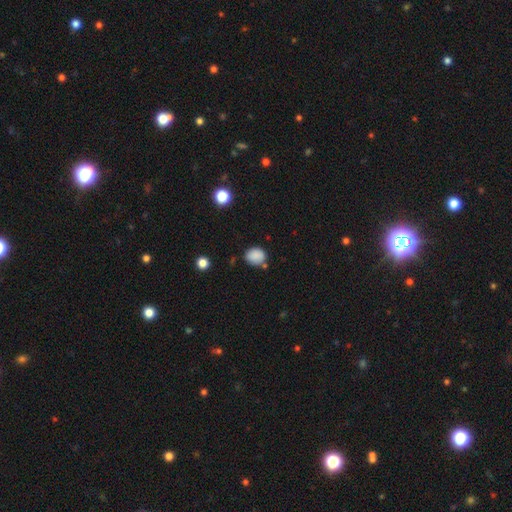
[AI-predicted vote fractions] smooth-or-featured: smooth: 86% | star or artifact: 10% | featured or disk: 4%
  how-rounded: round: 58% | in between: 41% | cigar-shaped: 1%
  merging: none: 71% | minor disturbance: 18% | merger: 7% | major disturbance: 4%